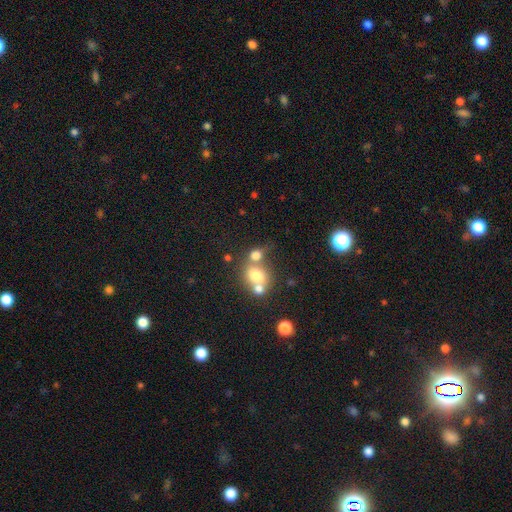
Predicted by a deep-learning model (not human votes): smooth 71%, featured or disk 16%, star or artifact 13%. Down the decision tree: how rounded — round (57%); merging — merger (46%).